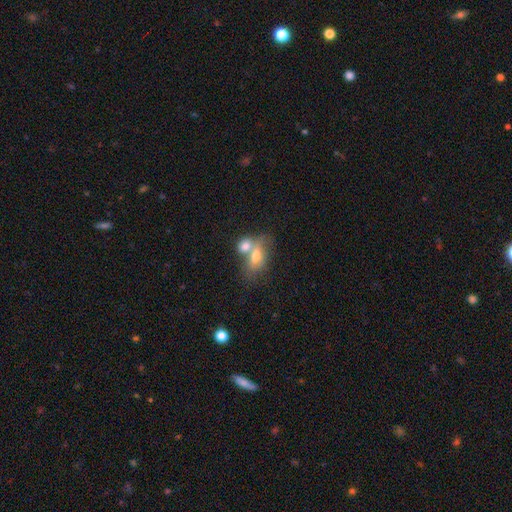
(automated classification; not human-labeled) The model was most divided on "merging": merger: 58%, none: 28%, minor disturbance: 9%, major disturbance: 5%. More confident: how rounded — in between (77%); smooth or featured — smooth (63%).